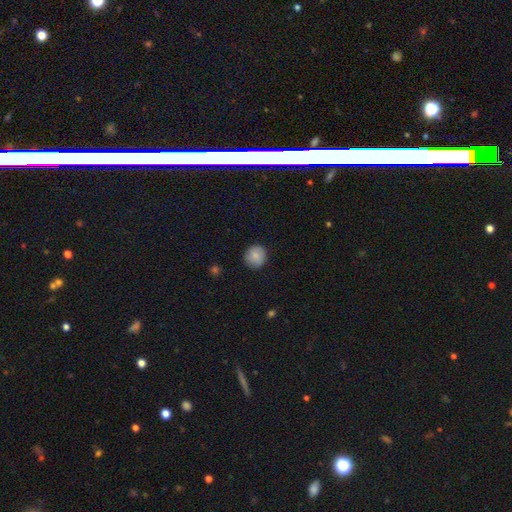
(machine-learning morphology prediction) Q: Smooth or featured?
A: smooth (85%); runner-up: featured or disk (7%)
Q: How rounded?
A: round (90%); runner-up: in between (9%)
Q: Merging?
A: none (88%); runner-up: minor disturbance (9%)